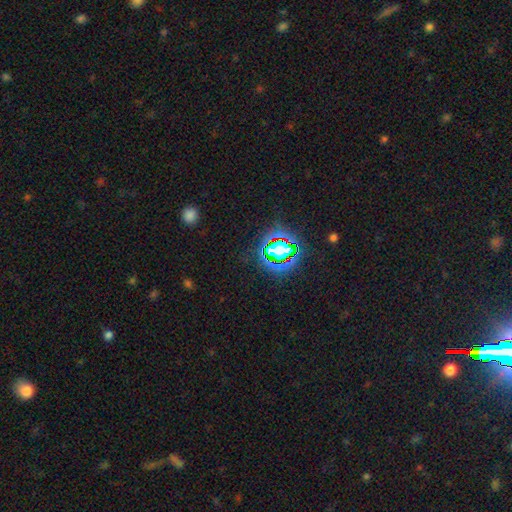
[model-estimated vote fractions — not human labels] Q: Smooth or featured?
A: star or artifact (77%); runner-up: smooth (15%)